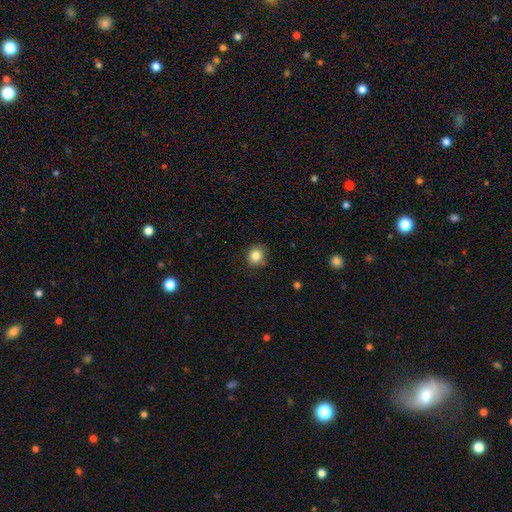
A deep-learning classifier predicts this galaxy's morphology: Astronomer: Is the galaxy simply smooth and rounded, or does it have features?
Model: smooth — 84%.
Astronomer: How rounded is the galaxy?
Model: round — 87%.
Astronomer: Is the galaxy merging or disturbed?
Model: none — 83%.